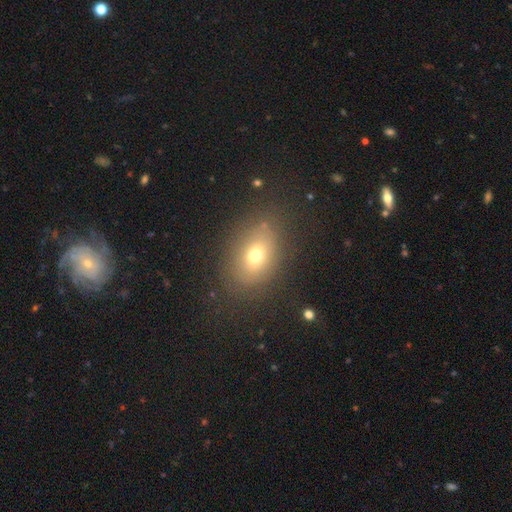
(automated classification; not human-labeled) Smooth or featured: smooth — 67% (featured or disk — 18%)
How rounded: in between — 75% (round — 24%)
Merging: none — 76% (minor disturbance — 14%)